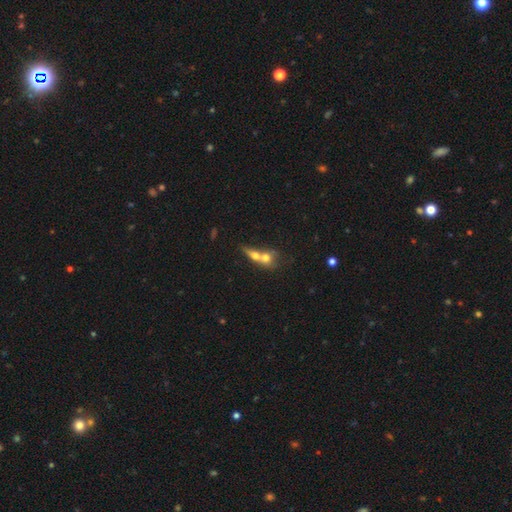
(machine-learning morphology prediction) type=smooth (58%); roundness=in between (42%); merging=merger (68%).